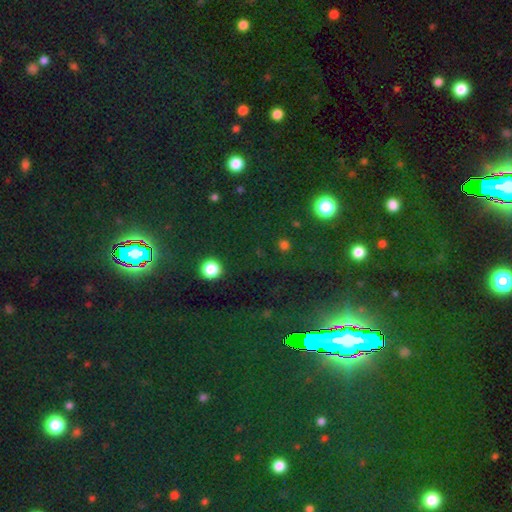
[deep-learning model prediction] This appears to be a star or artifact, not a galaxy (77%).